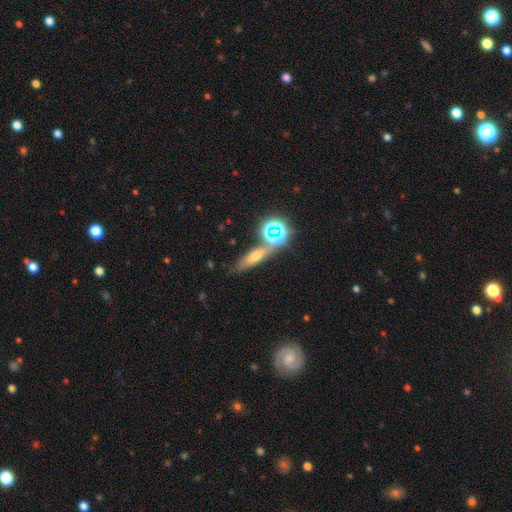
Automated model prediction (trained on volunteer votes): smooth-or-featured: smooth: 35% | featured or disk: 34% | star or artifact: 31%
  merging: none: 72% | merger: 12% | minor disturbance: 11% | major disturbance: 4%